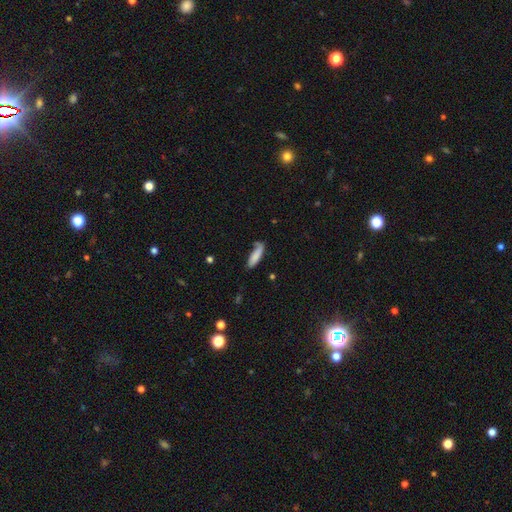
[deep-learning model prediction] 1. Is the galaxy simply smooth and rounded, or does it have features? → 81% smooth, 13% featured or disk, 7% star or artifact.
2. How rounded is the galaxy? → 61% cigar-shaped, 37% in between, 2% round.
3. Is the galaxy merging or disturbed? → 58% none, 27% minor disturbance, 9% major disturbance, 5% merger.